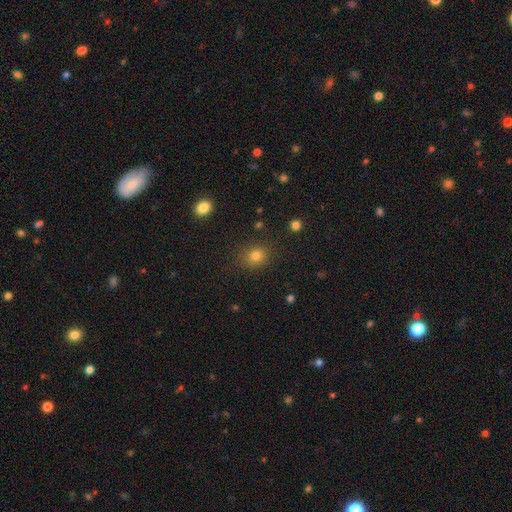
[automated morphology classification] Smooth or featured: smooth — 79% (star or artifact — 15%)
How rounded: round — 65% (in between — 34%)
Merging: none — 85% (minor disturbance — 10%)